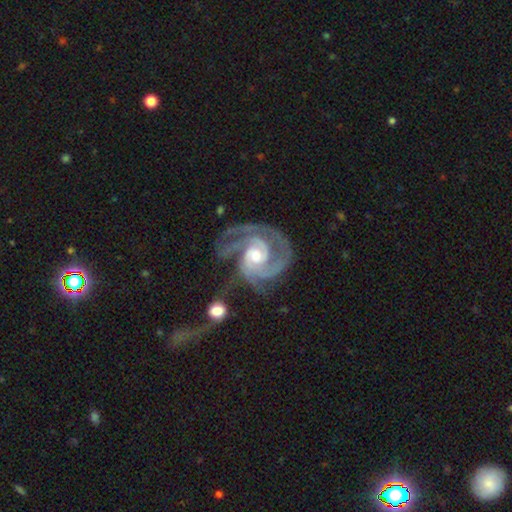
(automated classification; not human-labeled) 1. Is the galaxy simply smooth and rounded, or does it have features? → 92% featured or disk, 4% star or artifact, 4% smooth.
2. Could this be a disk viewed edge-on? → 98% no, 2% yes.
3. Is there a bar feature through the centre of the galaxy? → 61% no, 30% weak, 9% strong.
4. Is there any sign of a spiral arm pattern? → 98% yes, 2% no.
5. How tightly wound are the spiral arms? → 58% tight, 36% medium, 6% loose.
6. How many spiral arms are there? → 44% 3, 26% 2, 11% can't tell, 8% 4, 6% 1, 5% more than 4.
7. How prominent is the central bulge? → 66% moderate, 24% small, 8% large, 1% none, 1% dominant.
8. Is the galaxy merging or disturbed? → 49% none, 23% major disturbance, 21% minor disturbance, 7% merger.